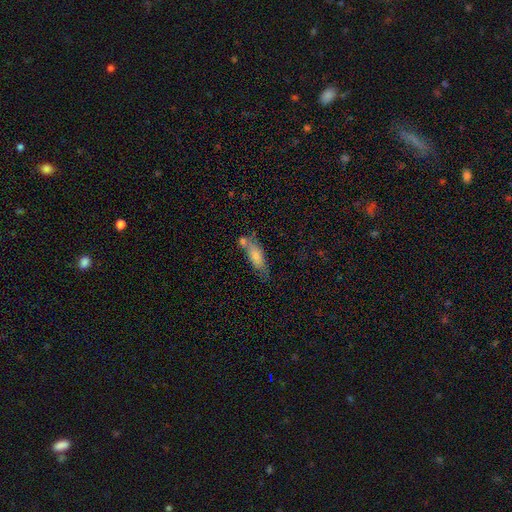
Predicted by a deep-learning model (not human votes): smooth_or_featured: smooth (p=0.74) [alt: featured or disk p=0.18]
how_rounded: in between (p=0.57) [alt: cigar-shaped p=0.40]
merging: none (p=0.43) [alt: merger p=0.26]